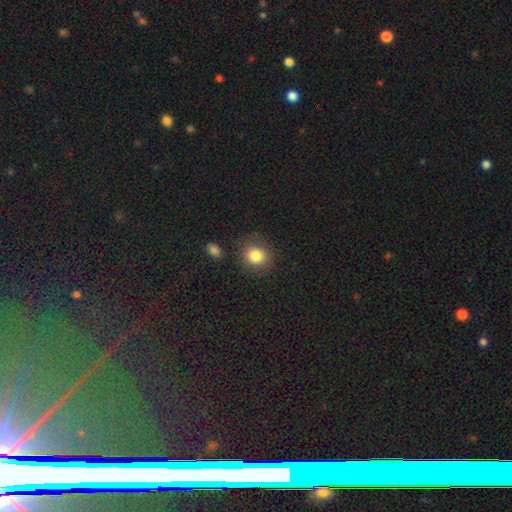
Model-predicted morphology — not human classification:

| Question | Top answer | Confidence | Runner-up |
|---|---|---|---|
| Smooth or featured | smooth | 84% | star or artifact (10%) |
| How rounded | round | 73% | in between (26%) |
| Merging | none | 81% | minor disturbance (11%) |